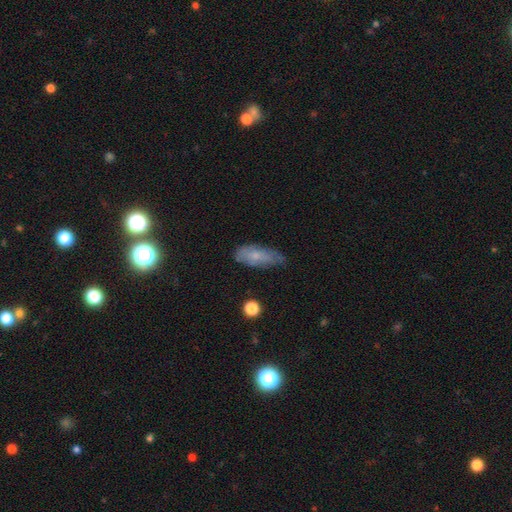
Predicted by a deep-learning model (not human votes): The model was most divided on "merging": none: 56%, minor disturbance: 34%, major disturbance: 8%, merger: 2%. More confident: how rounded — in between (73%); smooth or featured — smooth (58%).